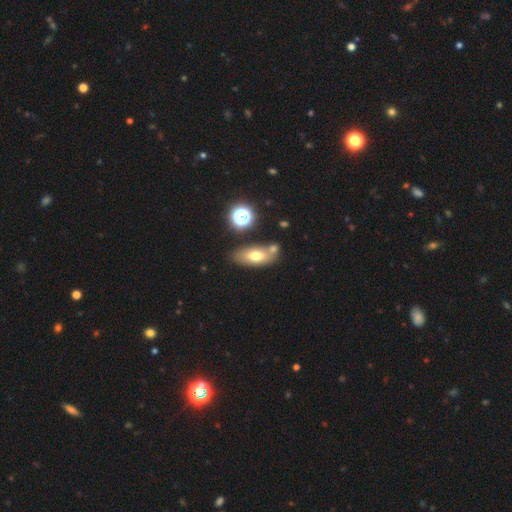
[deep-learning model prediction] smooth 66%, featured or disk 23%, star or artifact 12%. Down the decision tree: how rounded — in between (79%); merging — none (61%).